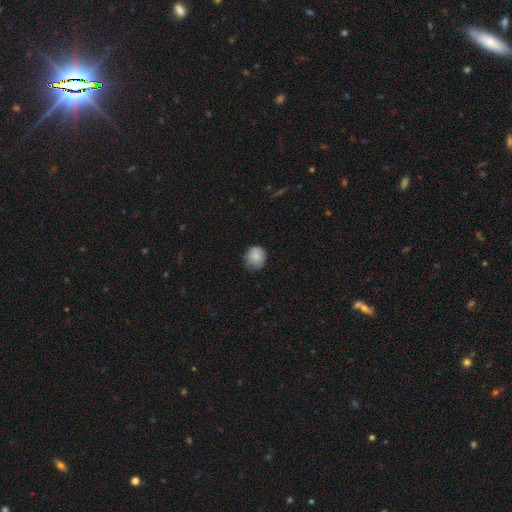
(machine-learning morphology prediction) Smooth or featured? smooth (85%)
How rounded? round (81%)
Merging? none (70%)